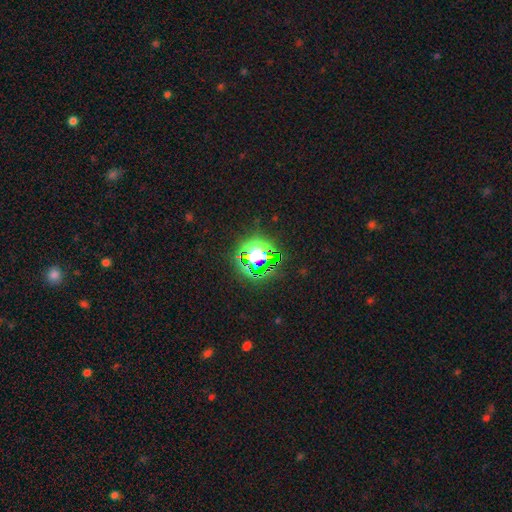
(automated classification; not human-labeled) Smooth or featured: star or artifact — 70% (smooth — 19%)